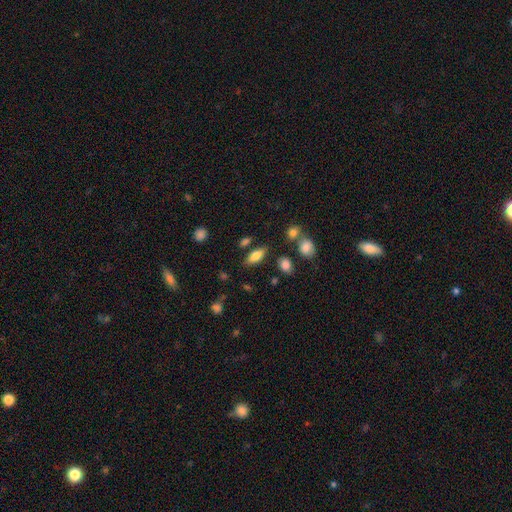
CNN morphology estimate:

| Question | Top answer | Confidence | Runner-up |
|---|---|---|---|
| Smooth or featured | smooth | 75% | featured or disk (16%) |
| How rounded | in between | 80% | cigar-shaped (17%) |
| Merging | none | 78% | minor disturbance (12%) |